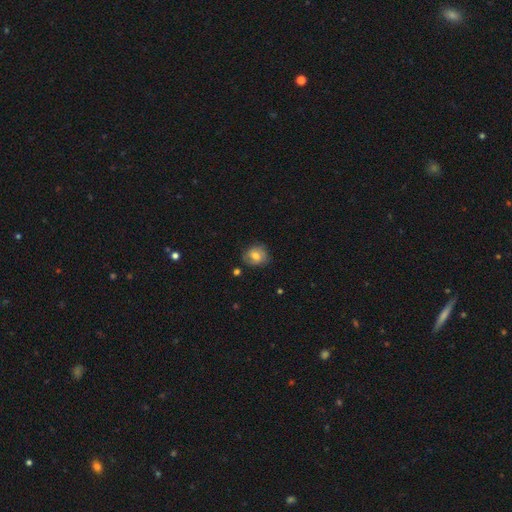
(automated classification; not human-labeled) Morphology: type=smooth (63%); roundness=round (69%); merging=none (75%).